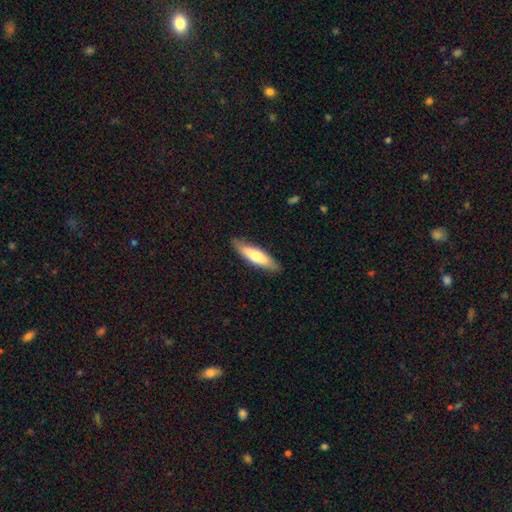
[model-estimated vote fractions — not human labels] This is likely a smooth galaxy (65%). How rounded: likely cigar-shaped (69%). Merging: clearly none (85%).